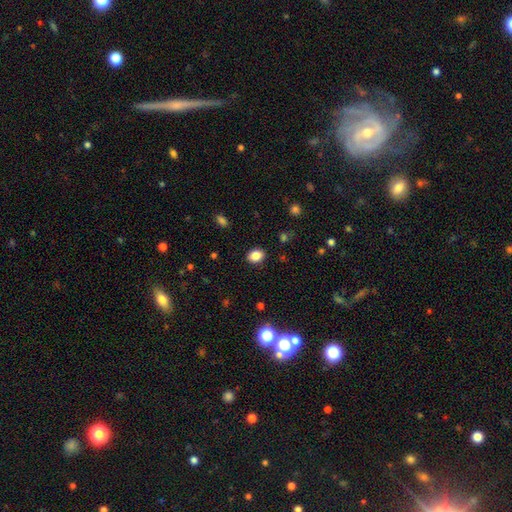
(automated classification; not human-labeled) Overall: smooth (85%). How rounded: in between (64%; round 35%). Merging: none (89%).